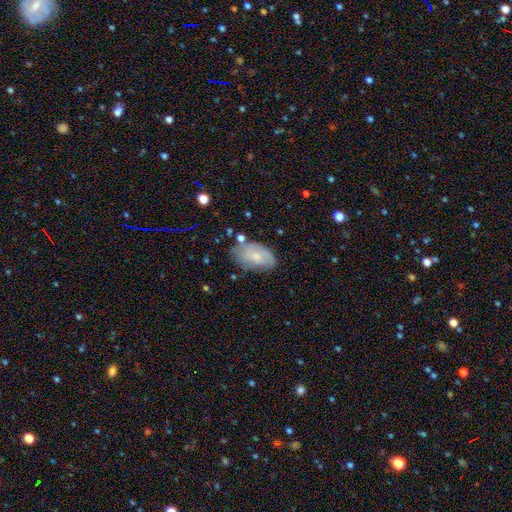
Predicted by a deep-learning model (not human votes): smooth-or-featured: smooth: 53% | featured or disk: 38% | star or artifact: 8%
  how-rounded: in between: 91% | round: 8% | cigar-shaped: 2%
  merging: none: 62% | minor disturbance: 26% | major disturbance: 8% | merger: 4%